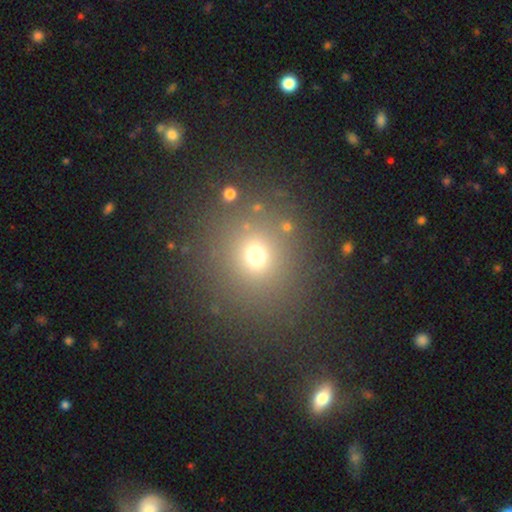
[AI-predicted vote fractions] Smooth or featured? smooth (68%)
How rounded? round (82%)
Merging? none (81%)